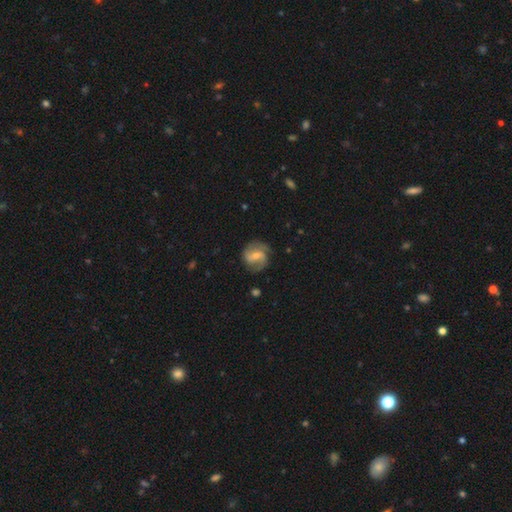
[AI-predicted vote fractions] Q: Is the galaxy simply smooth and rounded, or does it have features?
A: featured or disk — 76%.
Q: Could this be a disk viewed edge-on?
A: no — 98%.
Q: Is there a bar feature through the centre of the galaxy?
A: weak — 48%.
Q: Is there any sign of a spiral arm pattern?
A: yes — 94%.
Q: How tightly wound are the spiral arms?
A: medium — 49%.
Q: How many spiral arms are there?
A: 2 — 83%.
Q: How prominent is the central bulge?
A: moderate — 49%.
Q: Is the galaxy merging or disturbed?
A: none — 77%.